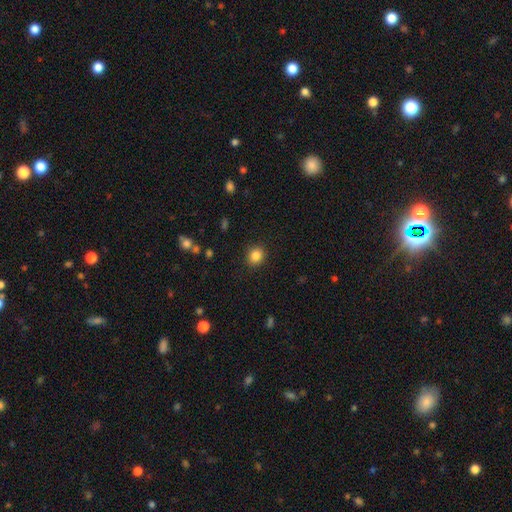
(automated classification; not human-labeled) Morphology: type=smooth (85%); roundness=round (81%); merging=none (91%).